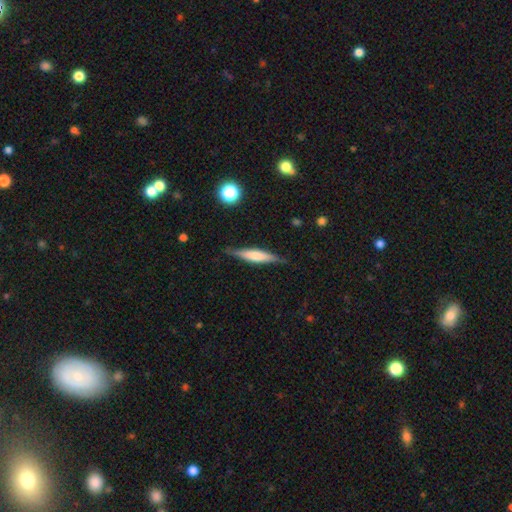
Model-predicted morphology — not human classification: Overall: smooth (48%; featured or disk 46%). Merging: none (84%).